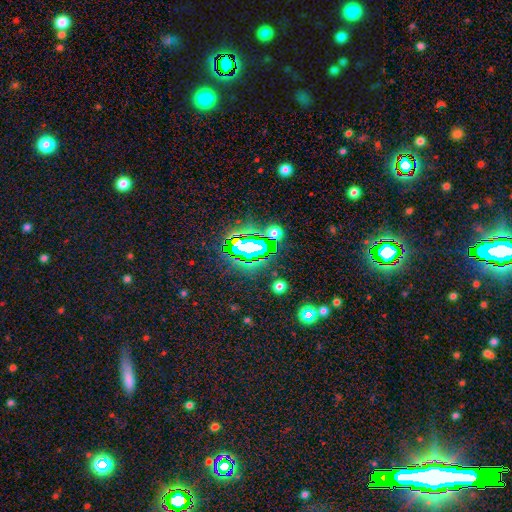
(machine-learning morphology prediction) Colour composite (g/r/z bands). It shows a star or artifact, not a galaxy (72%).